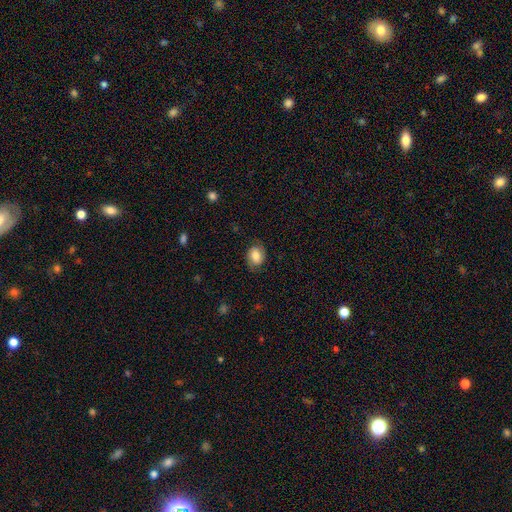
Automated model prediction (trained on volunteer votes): This appears to be a smooth galaxy with no disk features (67%) that is in between round and cigar-shaped (65%). Merging: none (78%).